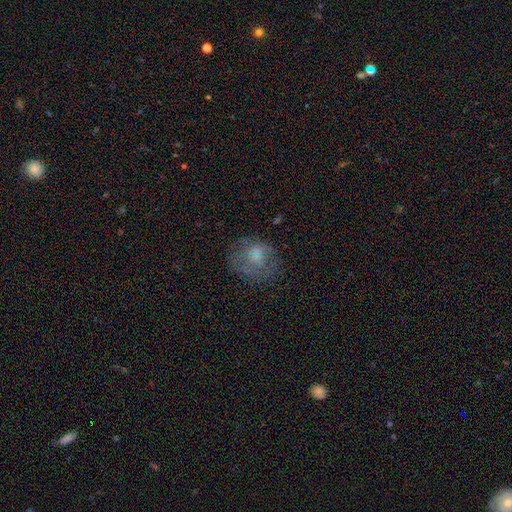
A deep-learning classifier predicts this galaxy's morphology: Overall: smooth (52%; featured or disk 35%). How rounded: round (71%). Merging: none (57%; minor disturbance 21%).